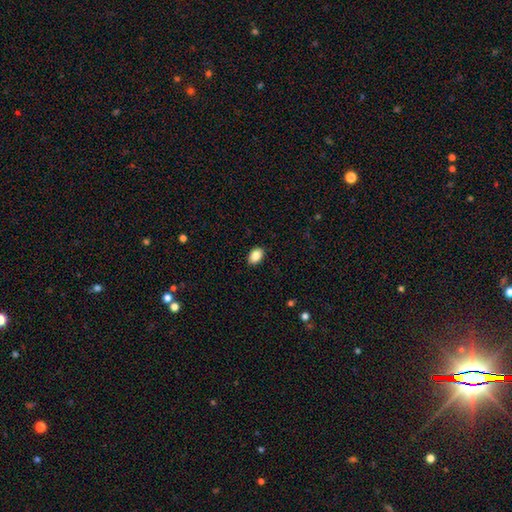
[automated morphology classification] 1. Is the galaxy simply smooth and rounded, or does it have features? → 87% smooth, 8% star or artifact, 6% featured or disk.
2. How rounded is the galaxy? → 85% in between, 14% round, 1% cigar-shaped.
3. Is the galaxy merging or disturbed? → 89% none, 8% minor disturbance, 2% major disturbance, 1% merger.